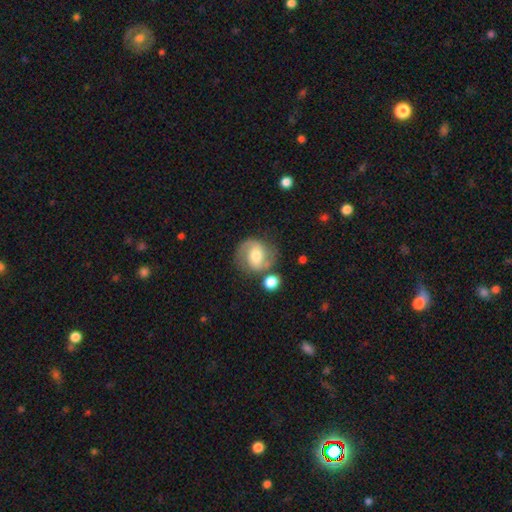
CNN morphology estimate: This appears to be a featured or disk galaxy (70%) with a weak bar (45%), 2 (88%) medium (54%) spiral arms (91%) and a moderate central bulge (68%). Merging: none (69%).